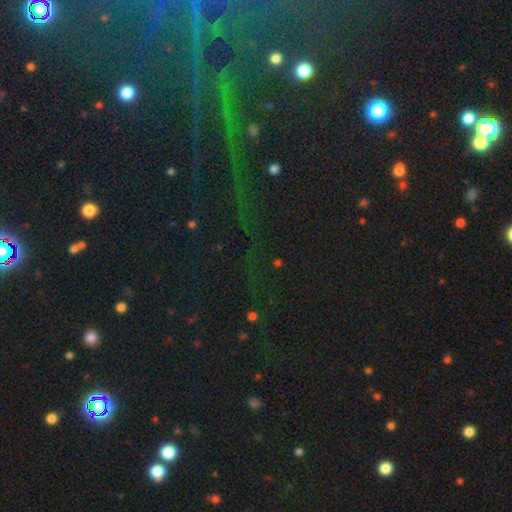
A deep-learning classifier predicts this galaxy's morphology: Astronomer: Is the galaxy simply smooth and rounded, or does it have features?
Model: star or artifact — 78%.